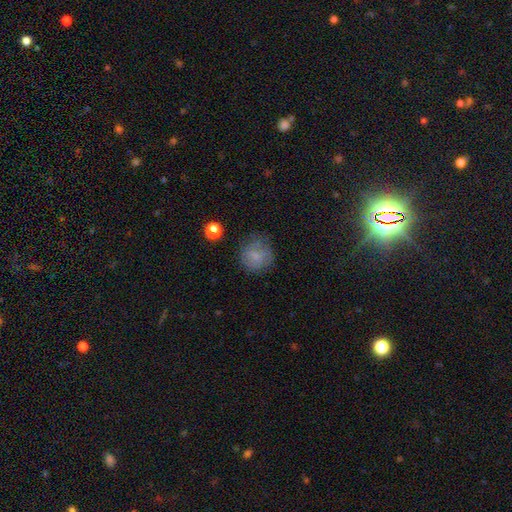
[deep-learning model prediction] Q: Smooth or featured?
A: smooth (70%); runner-up: featured or disk (20%)
Q: How rounded?
A: round (87%); runner-up: in between (12%)
Q: Merging?
A: none (65%); runner-up: minor disturbance (22%)